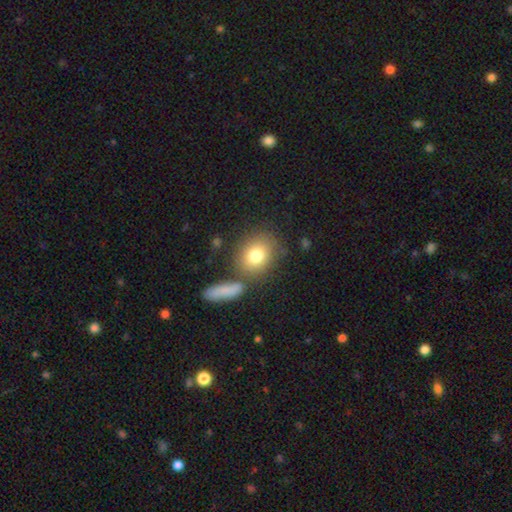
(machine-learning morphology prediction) smooth_or_featured: smooth (p=0.78) [alt: featured or disk p=0.13]
how_rounded: round (p=0.61) [alt: in between p=0.38]
merging: none (p=0.68) [alt: merger p=0.16]